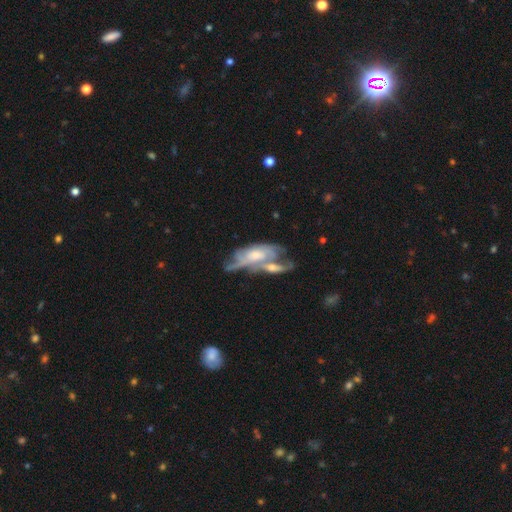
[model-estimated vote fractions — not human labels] smooth-or-featured: featured or disk: 72% | smooth: 22% | star or artifact: 6%
  disk-edge-on: no: 87% | yes: 13%
    bar: no: 66% | weak: 27% | strong: 7%
    has-spiral-arms: yes: 76% | no: 24%
    bulge-size: moderate: 49% | small: 32% | large: 10% | none: 7% | dominant: 2%
  merging: merger: 53% | none: 20% | major disturbance: 15% | minor disturbance: 12%